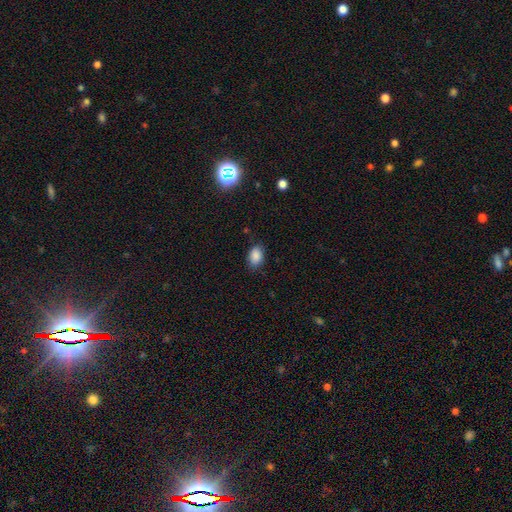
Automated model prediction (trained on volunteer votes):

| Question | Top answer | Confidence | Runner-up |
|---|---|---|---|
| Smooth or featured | smooth | 87% | star or artifact (9%) |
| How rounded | in between | 84% | round (15%) |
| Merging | none | 81% | minor disturbance (15%) |